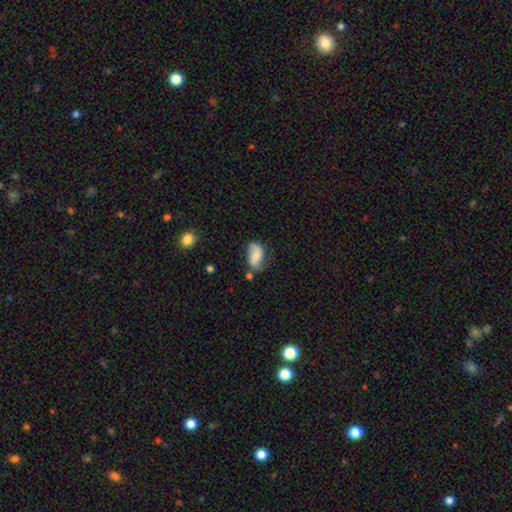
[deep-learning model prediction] Smooth or featured: smooth — 58% (featured or disk — 34%)
How rounded: in between — 90% (round — 7%)
Merging: none — 47% (minor disturbance — 32%)